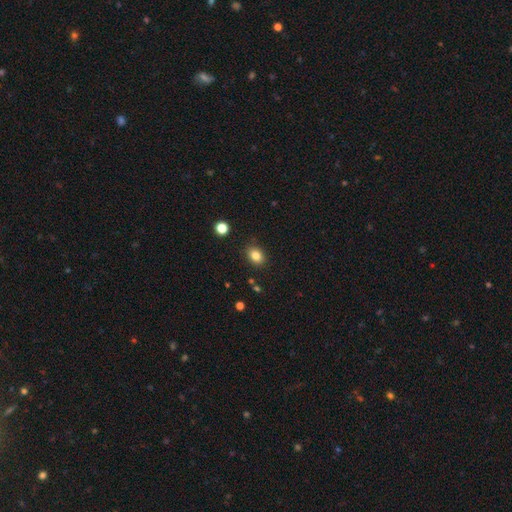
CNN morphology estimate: Q: Smooth or featured?
A: smooth (83%); runner-up: star or artifact (11%)
Q: How rounded?
A: in between (63%); runner-up: round (36%)
Q: Merging?
A: none (86%); runner-up: minor disturbance (10%)